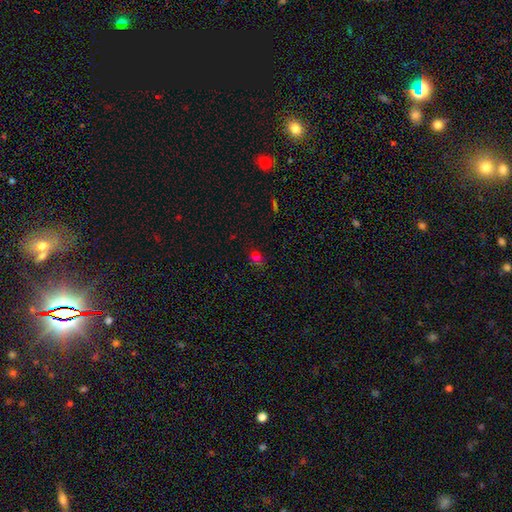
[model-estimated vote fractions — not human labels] Morphology: type=smooth (61%); roundness=round (58%); merging=none (71%).